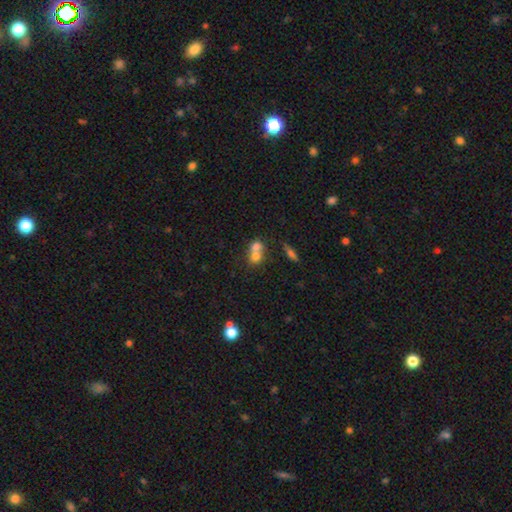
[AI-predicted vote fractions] Smooth or featured? Predicted: smooth (p=0.69). How rounded? Predicted: round (p=0.63). Merging? Predicted: merger (p=0.67).